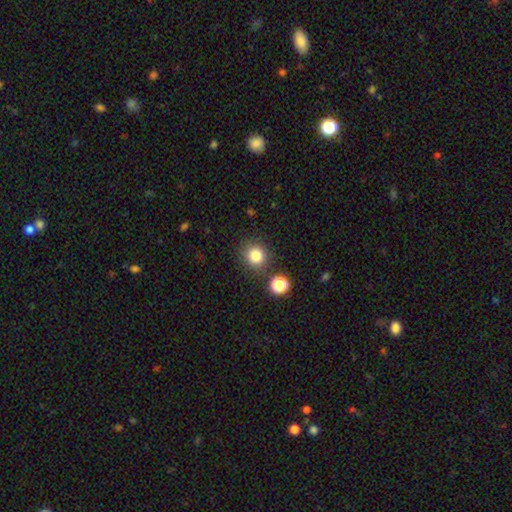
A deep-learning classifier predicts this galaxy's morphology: Smooth or featured?
  - smooth: 81% *
  - star or artifact: 13%
  - featured or disk: 6%
How rounded?
  - round: 89% *
  - in between: 10%
  - cigar-shaped: 1%
Merging?
  - none: 83% *
  - minor disturbance: 9%
  - merger: 5%
  - major disturbance: 3%